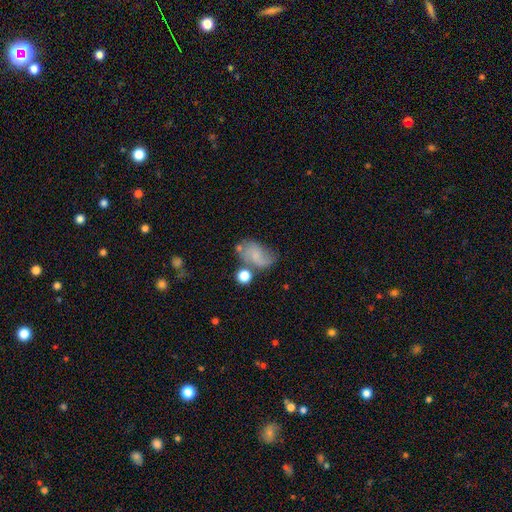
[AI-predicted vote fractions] A smooth galaxy with no disk features (46%).

Vote fractions:
- Smooth or featured? smooth: 46% / featured or disk: 43% / star or artifact: 11%
- Merging? none: 41% / minor disturbance: 26% / merger: 17% / major disturbance: 16%